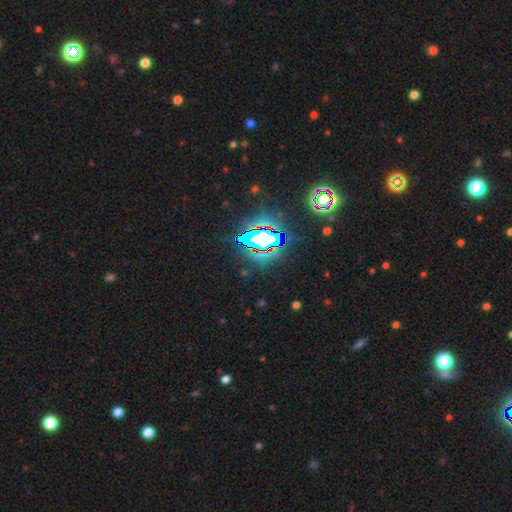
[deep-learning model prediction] Q: Smooth or featured?
A: star or artifact (85%); runner-up: smooth (8%)